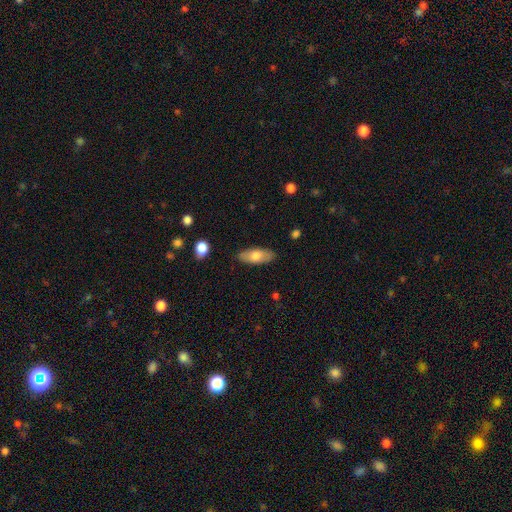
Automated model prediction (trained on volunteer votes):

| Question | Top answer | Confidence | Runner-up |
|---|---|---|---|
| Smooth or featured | smooth | 71% | featured or disk (23%) |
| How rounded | in between | 79% | cigar-shaped (19%) |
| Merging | none | 86% | minor disturbance (11%) |